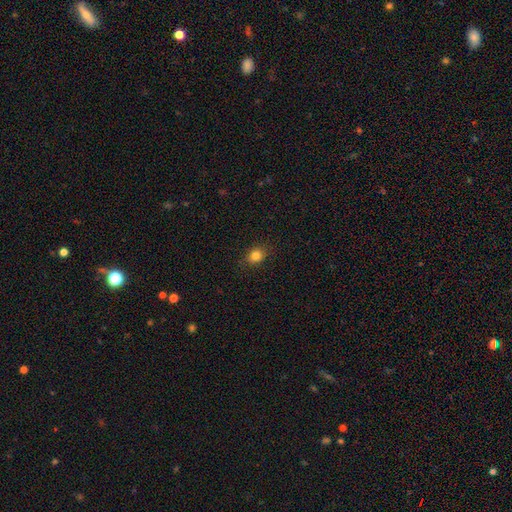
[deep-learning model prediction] Morphology: type=smooth (82%); roundness=round (63%); merging=none (87%).